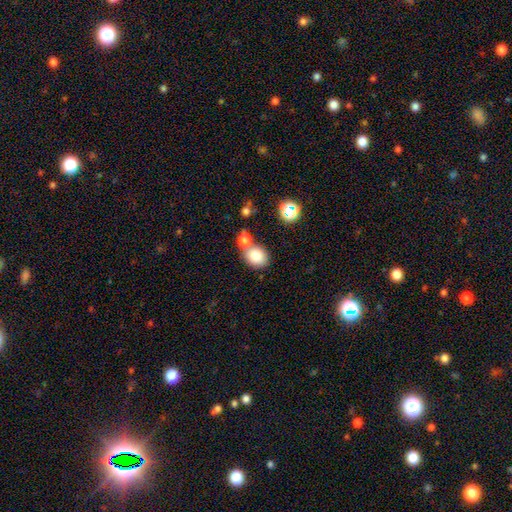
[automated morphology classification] This is likely a smooth galaxy (80%). How rounded: possibly round (60%). Merging: possibly none (56%).